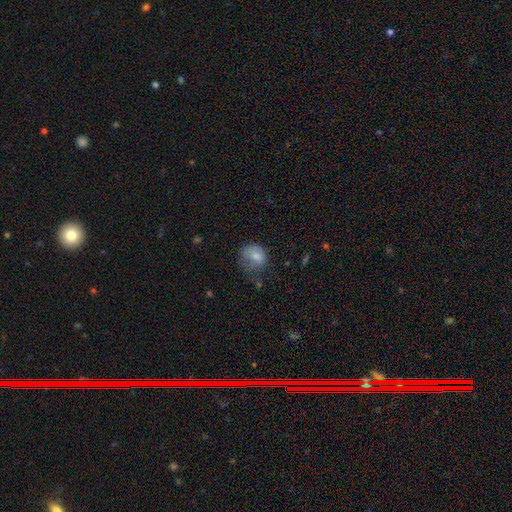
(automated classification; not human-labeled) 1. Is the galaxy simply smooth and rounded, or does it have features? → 74% smooth, 17% featured or disk, 9% star or artifact.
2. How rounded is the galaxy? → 59% round, 40% in between, 1% cigar-shaped.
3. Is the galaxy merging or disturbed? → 35% none, 32% minor disturbance, 30% major disturbance, 3% merger.